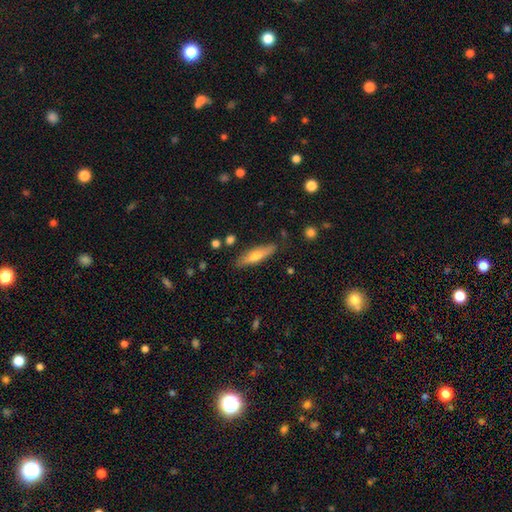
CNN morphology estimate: A smooth galaxy with no disk features (58%) that is cigar-shaped (72%).

Vote fractions:
- Smooth or featured? smooth: 58% / featured or disk: 36% / star or artifact: 7%
- How rounded? cigar-shaped: 72% / in between: 26% / round: 2%
- Merging? none: 84% / minor disturbance: 11% / major disturbance: 2% / merger: 2%